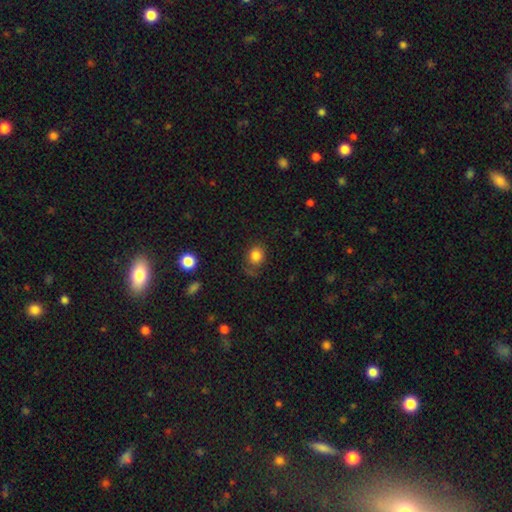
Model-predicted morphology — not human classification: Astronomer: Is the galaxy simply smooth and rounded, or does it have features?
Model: smooth — 83%.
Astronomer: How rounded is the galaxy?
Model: round — 60% (runner-up: in between, 39%).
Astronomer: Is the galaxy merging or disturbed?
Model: none — 65%.